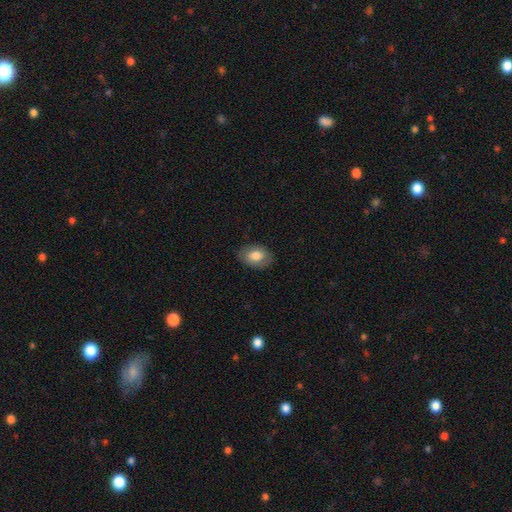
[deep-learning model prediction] This appears to be a smooth galaxy with no disk features (76%) that is in between round and cigar-shaped (80%). Merging: none (83%).